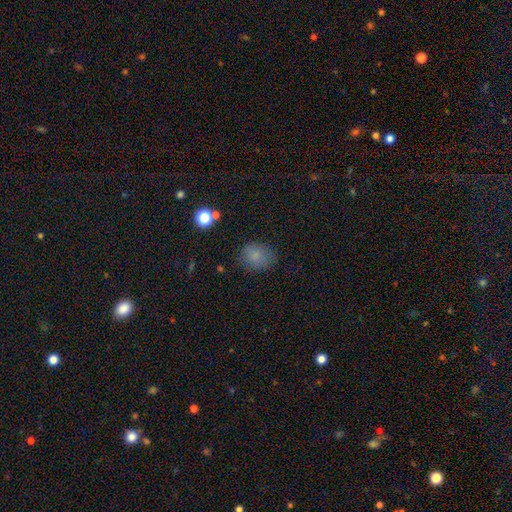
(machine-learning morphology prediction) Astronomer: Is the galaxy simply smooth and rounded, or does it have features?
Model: smooth — 81%.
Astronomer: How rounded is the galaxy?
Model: round — 53% (runner-up: in between, 46%).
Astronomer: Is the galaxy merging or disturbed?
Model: none — 77%.